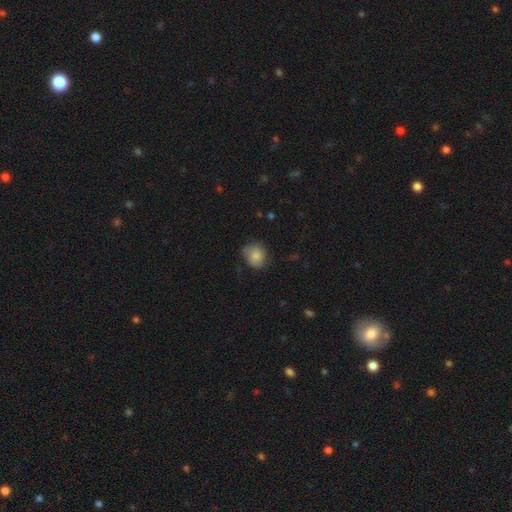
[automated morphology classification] This is likely a smooth galaxy (80%). How rounded: likely round (71%). Merging: likely none (68%).